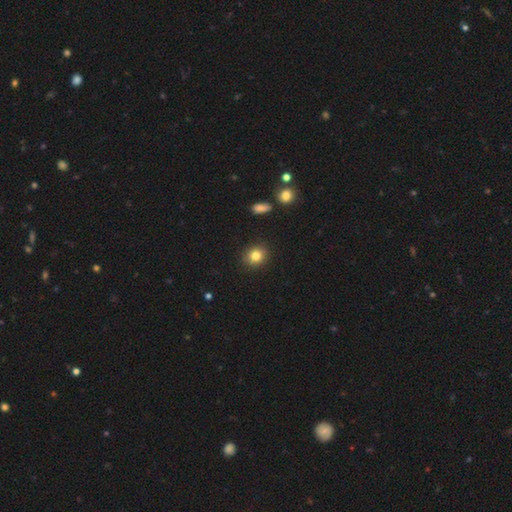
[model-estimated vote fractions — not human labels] Morphology: type=smooth (83%); roundness=round (78%); merging=none (89%).